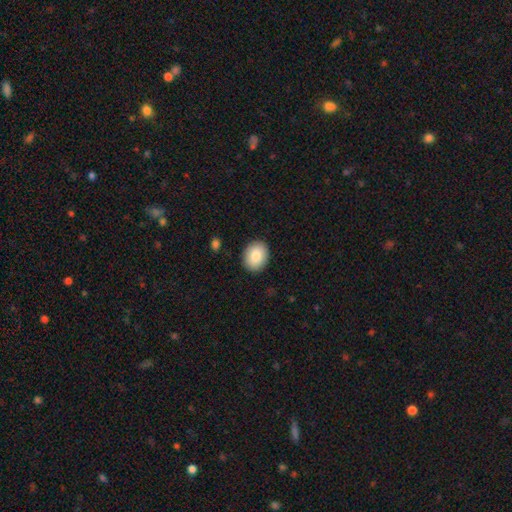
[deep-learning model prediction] smooth_or_featured: smooth (p=0.85) [alt: featured or disk p=0.08]
how_rounded: round (p=0.50) [alt: in between p=0.49]
merging: none (p=0.89) [alt: minor disturbance p=0.08]